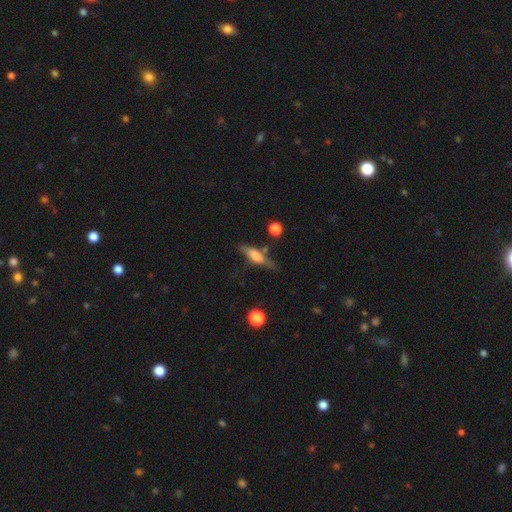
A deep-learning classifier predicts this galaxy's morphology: smooth_or_featured: smooth (p=0.51) [alt: featured or disk p=0.41]
how_rounded: cigar-shaped (p=0.63) [alt: in between p=0.33]
merging: none (p=0.61) [alt: minor disturbance p=0.24]